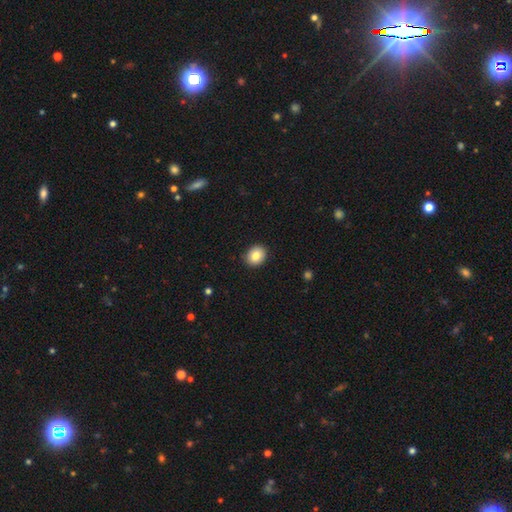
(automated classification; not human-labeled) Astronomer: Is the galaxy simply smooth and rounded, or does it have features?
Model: smooth — 83%.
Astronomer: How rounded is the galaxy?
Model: round — 64%.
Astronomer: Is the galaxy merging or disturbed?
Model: none — 91%.